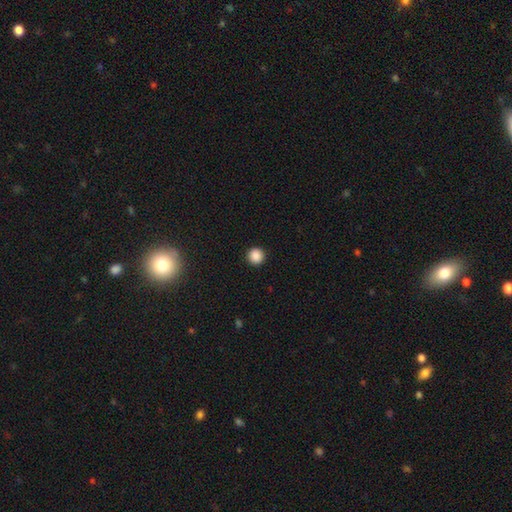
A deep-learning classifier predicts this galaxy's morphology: Q: Smooth or featured?
A: smooth (87%); runner-up: star or artifact (10%)
Q: How rounded?
A: round (95%); runner-up: in between (4%)
Q: Merging?
A: none (93%); runner-up: minor disturbance (5%)